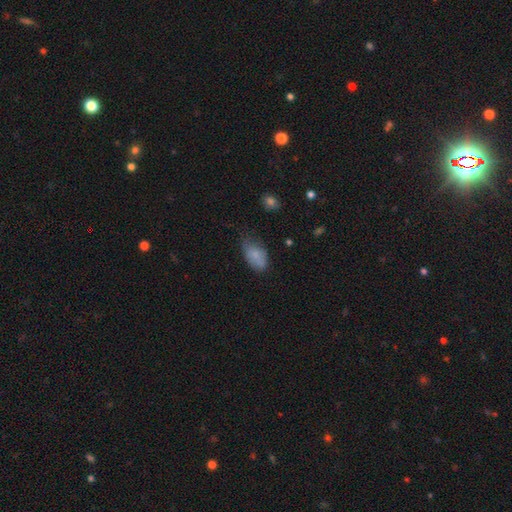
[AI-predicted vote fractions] A smooth galaxy with no disk features (81%) that is in between round and cigar-shaped (92%). Merging: none (46%).